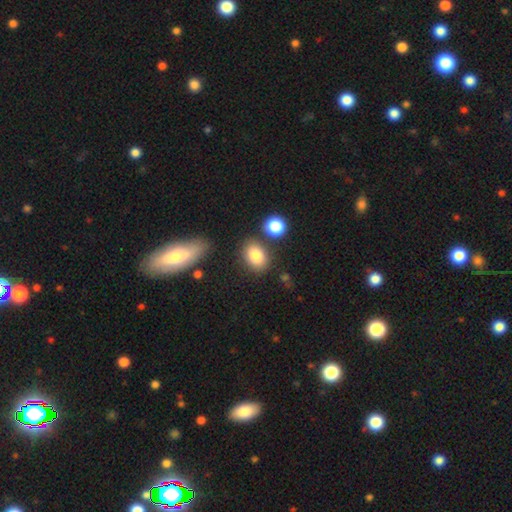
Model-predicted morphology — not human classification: This is clearly a smooth galaxy (82%). How rounded: likely in between (70%). Merging: likely none (77%).